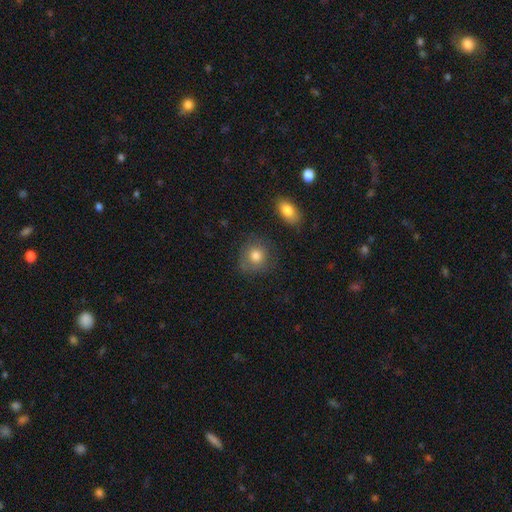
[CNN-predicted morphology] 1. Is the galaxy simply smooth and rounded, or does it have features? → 79% smooth, 12% featured or disk, 9% star or artifact.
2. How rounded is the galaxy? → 82% round, 17% in between, 1% cigar-shaped.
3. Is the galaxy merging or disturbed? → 73% none, 18% minor disturbance, 6% major disturbance, 3% merger.